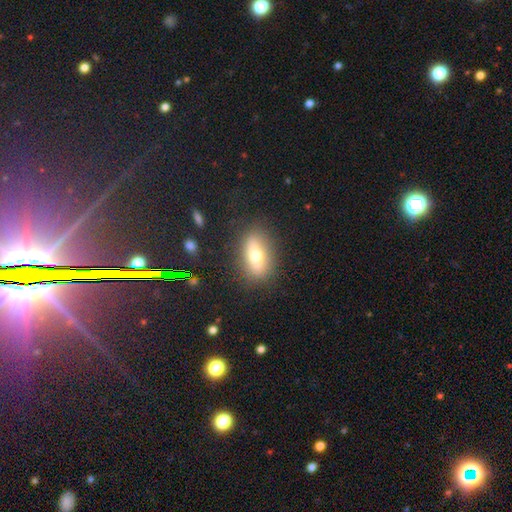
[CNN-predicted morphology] This appears to be a smooth galaxy with no disk features (61%) that is in between round and cigar-shaped (73%). Merging: none (82%).